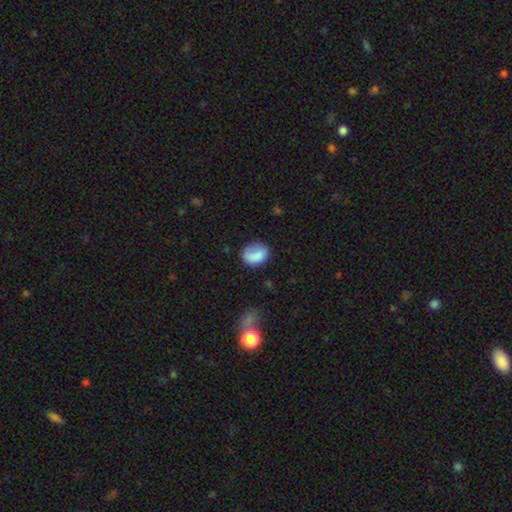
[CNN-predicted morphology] Smooth or featured?
  - smooth: 79% *
  - featured or disk: 13%
  - star or artifact: 8%
How rounded?
  - in between: 58% *
  - round: 41%
  - cigar-shaped: 1%
Merging?
  - none: 61% *
  - minor disturbance: 25%
  - major disturbance: 12%
  - merger: 3%